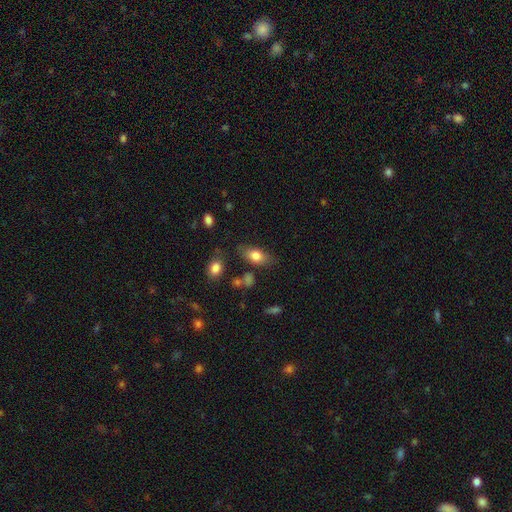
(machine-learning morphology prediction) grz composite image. It shows a smooth galaxy with no disk features (78%) that is in between round and cigar-shaped (84%). Merging: none (71%).